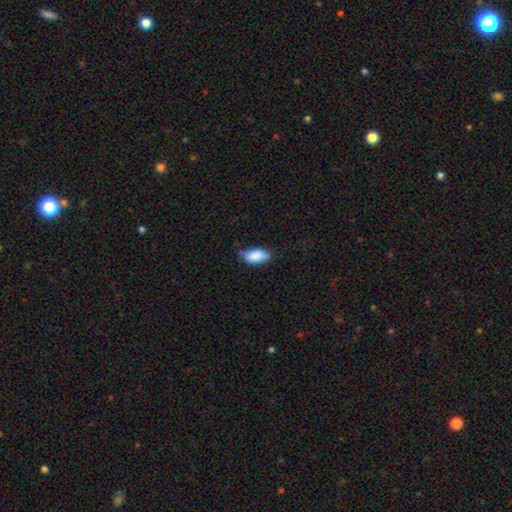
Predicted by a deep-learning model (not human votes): smooth-or-featured: smooth: 88% | star or artifact: 6% | featured or disk: 6%
  how-rounded: in between: 92% | cigar-shaped: 5% | round: 3%
  merging: none: 67% | minor disturbance: 27% | major disturbance: 5% | merger: 2%